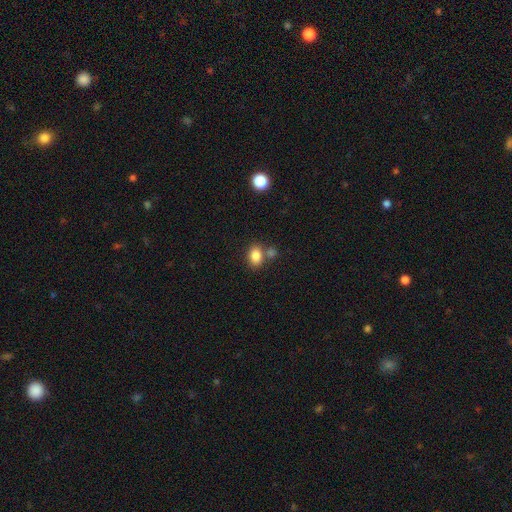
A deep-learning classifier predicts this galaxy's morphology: Smooth or featured? smooth (84%)
How rounded? in between (70%)
Merging? none (60%)